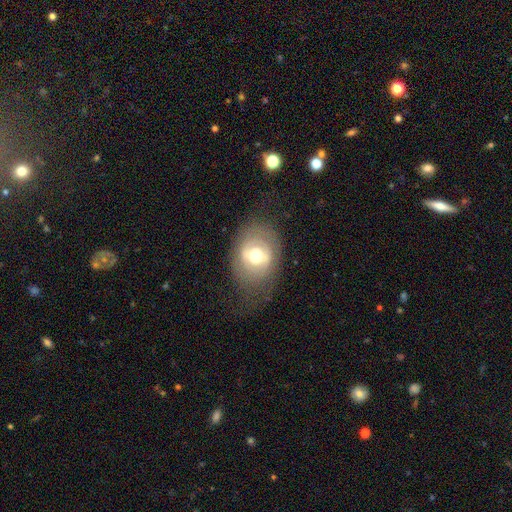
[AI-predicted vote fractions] Q: Smooth or featured?
A: featured or disk (47%); runner-up: smooth (44%)
Q: Merging?
A: none (67%); runner-up: minor disturbance (19%)